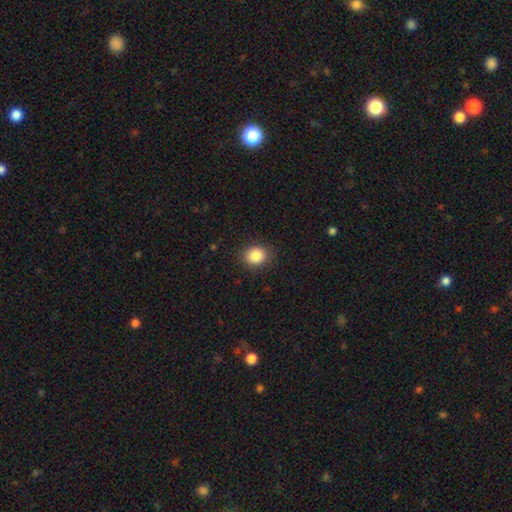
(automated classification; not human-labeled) Overall: smooth (85%). How rounded: round (66%; in between 33%). Merging: none (88%).